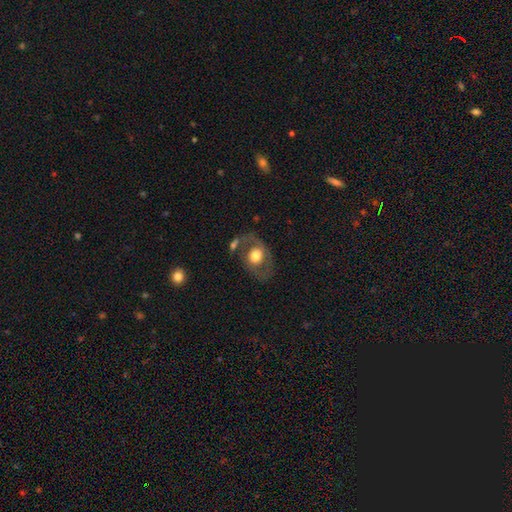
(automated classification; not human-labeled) The model was most divided on "smooth or featured": featured or disk: 51%, smooth: 42%, star or artifact: 7%. More confident: edge-on disk — no (94%); merging — none (56%).